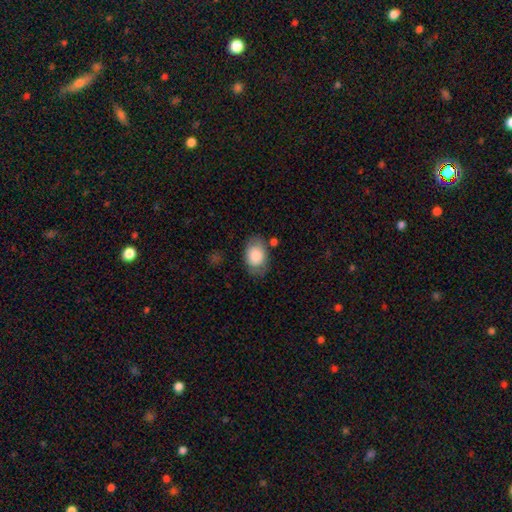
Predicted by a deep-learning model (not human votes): Morphology: type=smooth (83%); roundness=in between (81%); merging=none (69%).